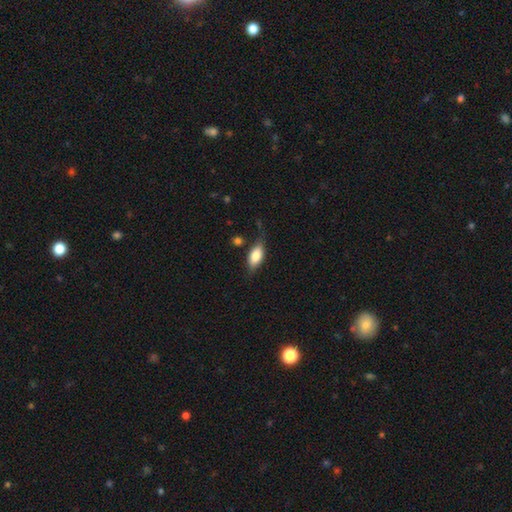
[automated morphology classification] A smooth galaxy with no disk features (77%) that is in between round and cigar-shaped (86%).

Vote fractions:
- Smooth or featured? smooth: 77% / featured or disk: 17% / star or artifact: 7%
- How rounded? in between: 86% / cigar-shaped: 10% / round: 4%
- Merging? none: 63% / minor disturbance: 25% / major disturbance: 8% / merger: 4%